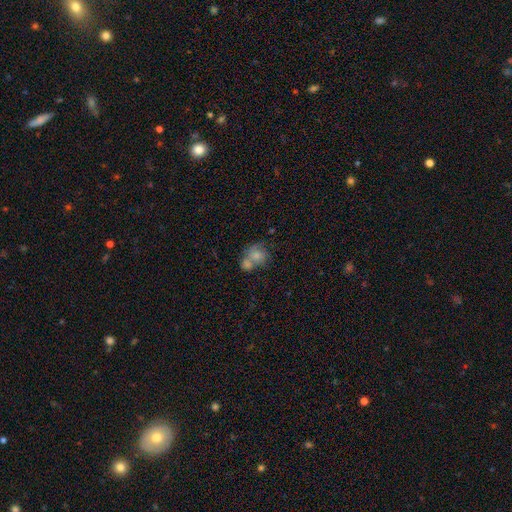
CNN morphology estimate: Overall: smooth (68%). How rounded: round (63%; in between 36%). Merging: merger (57%; none 25%).